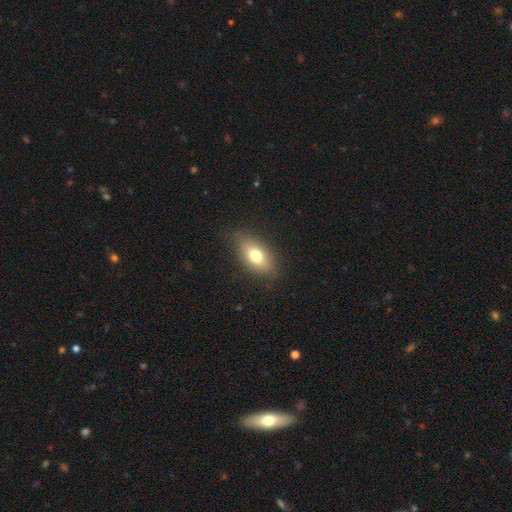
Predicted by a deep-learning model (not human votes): Smooth or featured? Predicted: smooth (p=0.73). How rounded? Predicted: in between (p=0.85). Merging? Predicted: none (p=0.82).